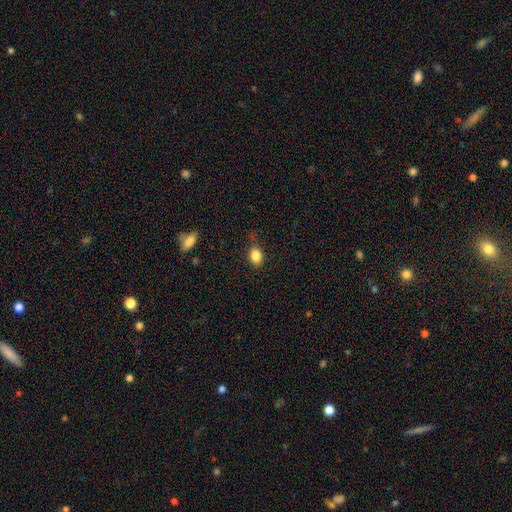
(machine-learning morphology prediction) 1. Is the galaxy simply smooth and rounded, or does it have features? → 86% smooth, 9% star or artifact, 5% featured or disk.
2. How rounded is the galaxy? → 75% in between, 23% round, 2% cigar-shaped.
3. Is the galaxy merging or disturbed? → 74% none, 19% minor disturbance, 5% major disturbance, 2% merger.